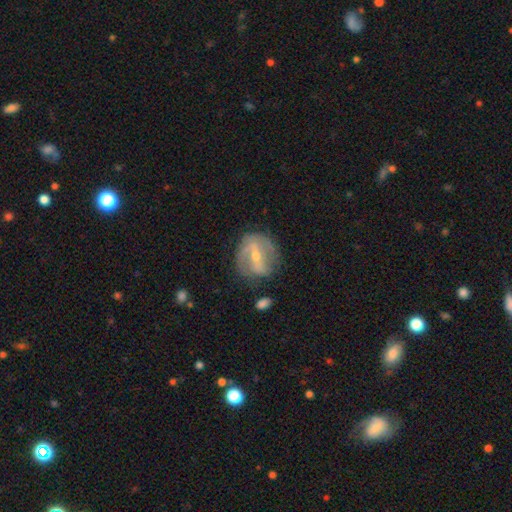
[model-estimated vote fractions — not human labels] Smooth or featured: featured or disk — 74% (smooth — 18%)
Edge-on disk: no — 93% (yes — 7%)
Bar: strong — 52% (weak — 33%)
Spiral arms: yes — 72% (no — 28%)
Bulge size: small — 58% (moderate — 39%)
Merging: none — 67% (minor disturbance — 21%)